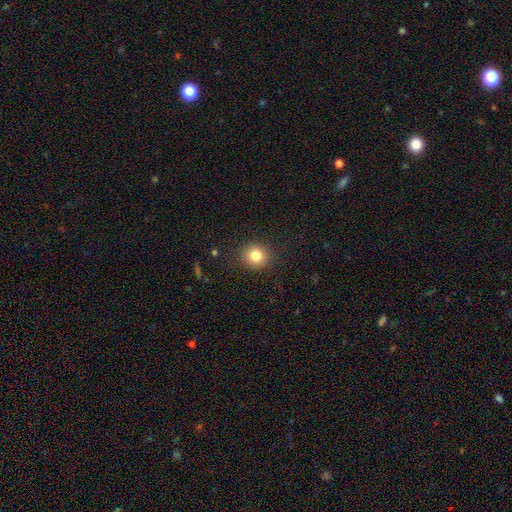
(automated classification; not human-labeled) smooth 82%, star or artifact 11%, featured or disk 7%. Down the decision tree: how rounded — round (89%); merging — none (90%).